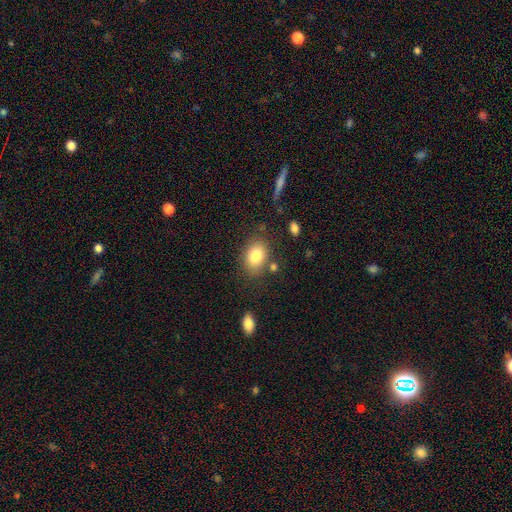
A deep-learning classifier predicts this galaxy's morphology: Smooth or featured: smooth — 81% (featured or disk — 11%)
How rounded: in between — 73% (round — 26%)
Merging: none — 78% (minor disturbance — 13%)